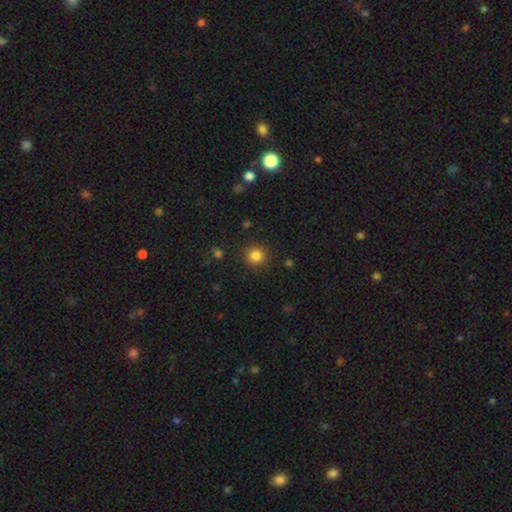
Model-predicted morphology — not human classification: Smooth or featured: smooth — 83% (star or artifact — 12%)
How rounded: round — 93% (in between — 6%)
Merging: none — 90% (minor disturbance — 6%)